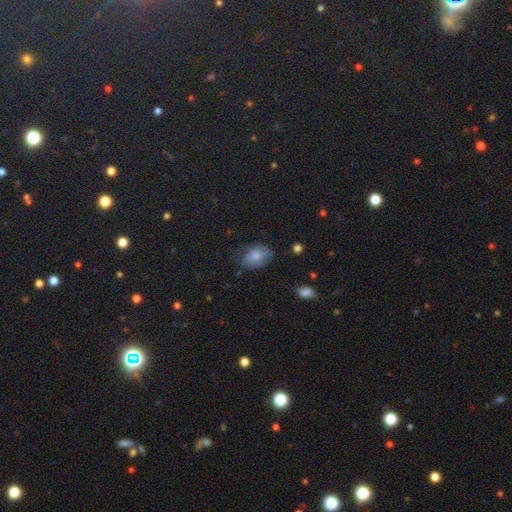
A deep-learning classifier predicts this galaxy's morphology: Q: Smooth or featured?
A: smooth (75%); runner-up: featured or disk (17%)
Q: How rounded?
A: in between (82%); runner-up: round (17%)
Q: Merging?
A: none (60%); runner-up: minor disturbance (29%)